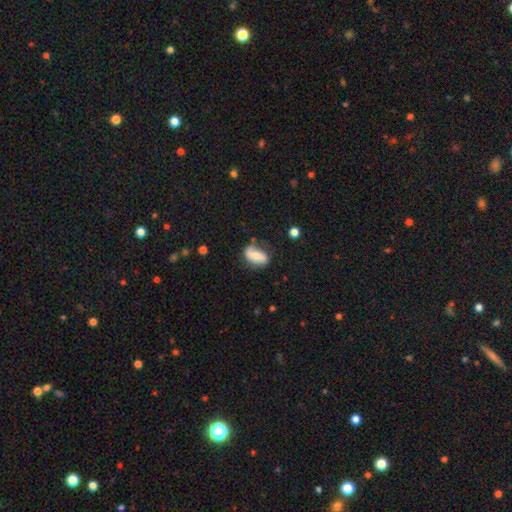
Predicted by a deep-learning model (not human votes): Smooth or featured? smooth (53%)
How rounded? in between (87%)
Merging? none (60%)